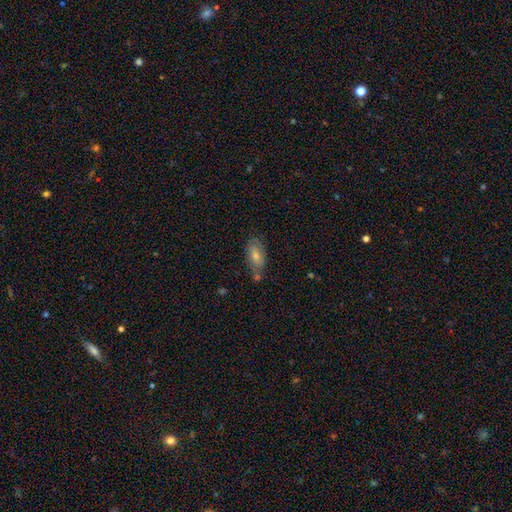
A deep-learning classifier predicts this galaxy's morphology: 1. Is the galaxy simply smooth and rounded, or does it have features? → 56% smooth, 31% featured or disk, 13% star or artifact.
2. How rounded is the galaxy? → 81% in between, 14% cigar-shaped, 5% round.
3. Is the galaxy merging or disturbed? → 66% none, 19% minor disturbance, 10% merger, 5% major disturbance.